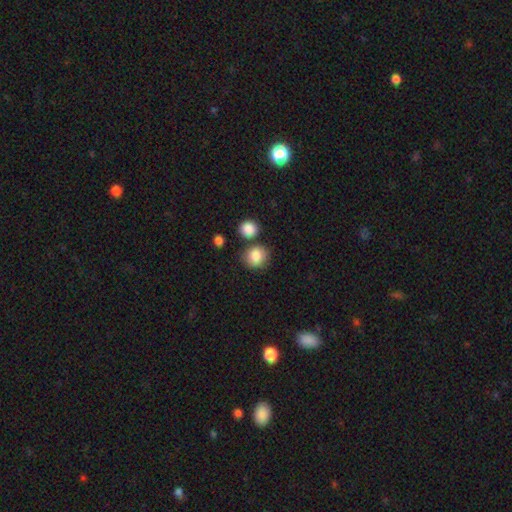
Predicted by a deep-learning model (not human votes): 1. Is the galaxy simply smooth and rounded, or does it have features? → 86% smooth, 8% star or artifact, 7% featured or disk.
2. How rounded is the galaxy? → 77% round, 22% in between, 1% cigar-shaped.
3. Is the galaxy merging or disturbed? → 71% none, 13% minor disturbance, 12% merger, 4% major disturbance.